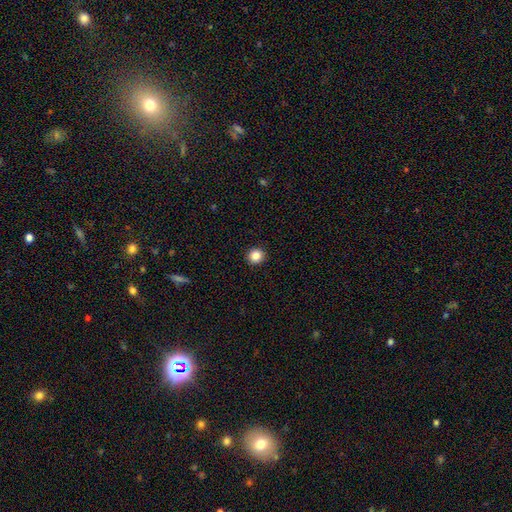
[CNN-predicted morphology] Smooth or featured?
  - smooth: 85% *
  - star or artifact: 10%
  - featured or disk: 4%
How rounded?
  - round: 92% *
  - in between: 7%
  - cigar-shaped: 1%
Merging?
  - none: 93% *
  - minor disturbance: 4%
  - major disturbance: 1%
  - merger: 1%